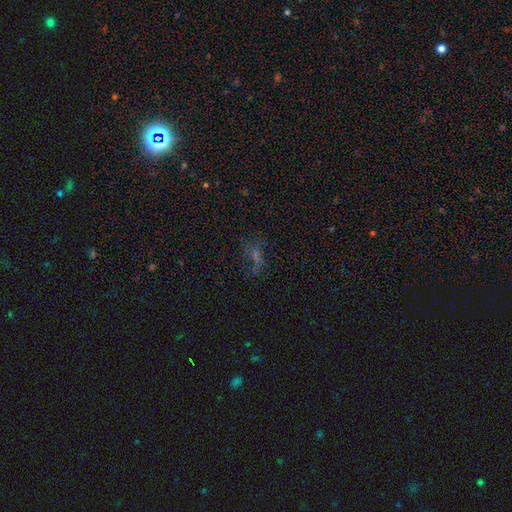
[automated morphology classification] Overall: star or artifact (43%; featured or disk 31%).